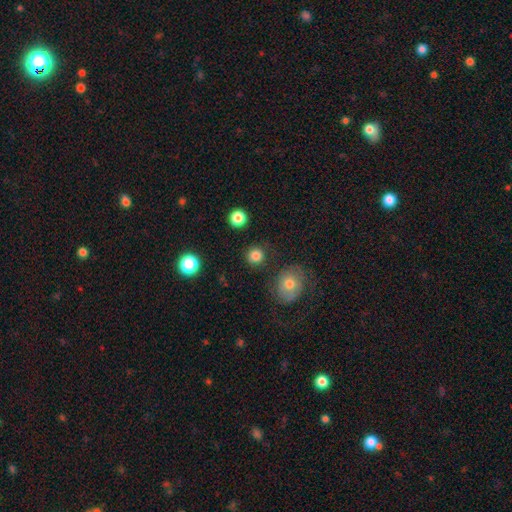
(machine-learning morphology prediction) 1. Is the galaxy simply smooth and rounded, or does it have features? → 83% smooth, 12% star or artifact, 4% featured or disk.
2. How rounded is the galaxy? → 92% round, 7% in between, 1% cigar-shaped.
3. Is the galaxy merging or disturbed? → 87% none, 7% minor disturbance, 3% merger, 3% major disturbance.